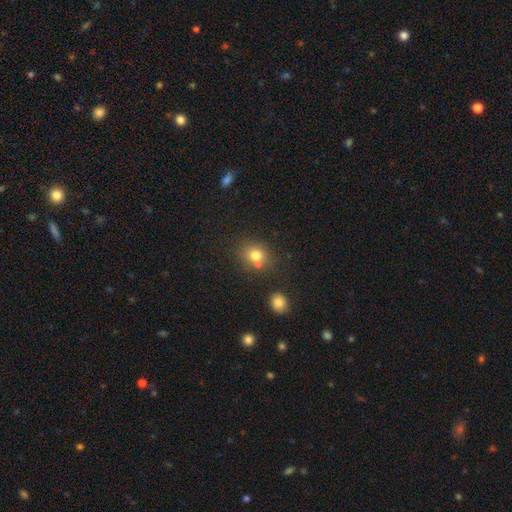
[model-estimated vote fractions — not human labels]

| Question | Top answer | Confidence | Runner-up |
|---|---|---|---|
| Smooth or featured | smooth | 76% | star or artifact (14%) |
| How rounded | round | 70% | in between (29%) |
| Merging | none | 63% | merger (21%) |